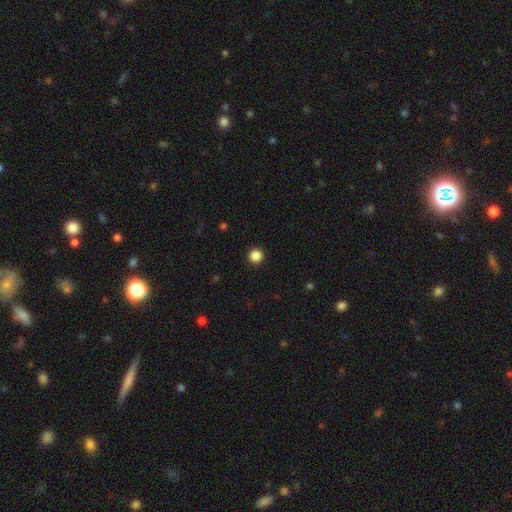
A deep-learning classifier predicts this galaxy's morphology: This is clearly a smooth galaxy (86%). How rounded: clearly round (95%). Merging: clearly none (93%).